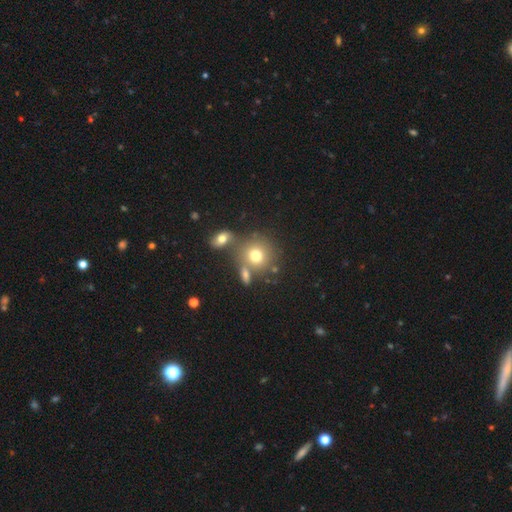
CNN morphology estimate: Smooth or featured?
  - smooth: 74% *
  - featured or disk: 14%
  - star or artifact: 12%
How rounded?
  - round: 84% *
  - in between: 15%
  - cigar-shaped: 1%
Merging?
  - none: 59% *
  - merger: 26%
  - minor disturbance: 11%
  - major disturbance: 5%